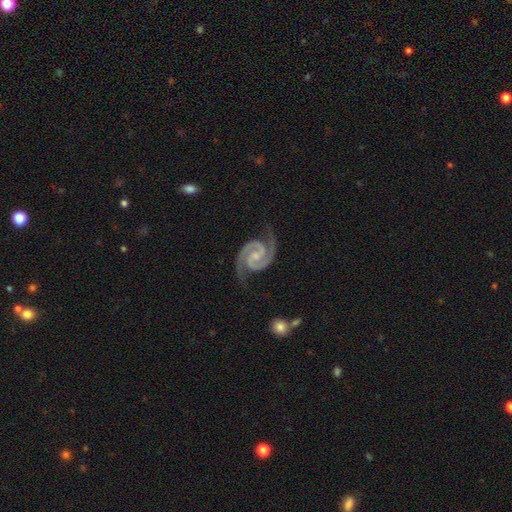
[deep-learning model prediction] Smooth or featured?
  - featured or disk: 95% *
  - star or artifact: 3%
  - smooth: 2%
Edge-on disk?
  - no: 98% *
  - yes: 2%
Bar?
  - no: 47% *
  - weak: 40%
  - strong: 13%
Spiral arms?
  - yes: 99% *
  - no: 1%
Spiral winding?
  - medium: 49% *
  - tight: 45%
  - loose: 6%
Spiral arm count?
  - 2: 94% *
  - 3: 2%
  - can't tell: 1%
  - 1: 1%
  - 4: 1%
  - more than 4: 1%
Bulge size?
  - small: 53% *
  - moderate: 27%
  - none: 17%
  - large: 1%
  - dominant: 1%
Merging?
  - none: 79% *
  - minor disturbance: 16%
  - major disturbance: 4%
  - merger: 2%